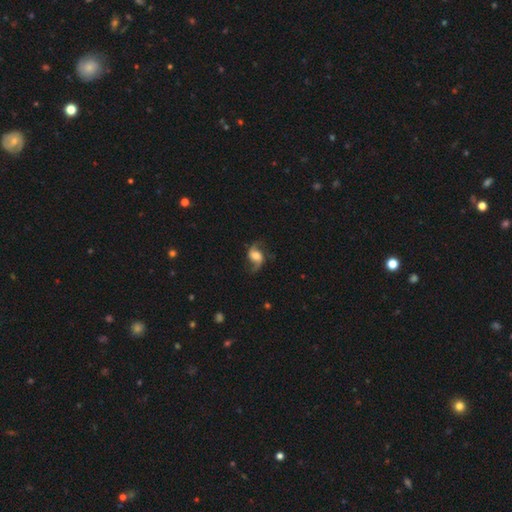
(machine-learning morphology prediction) A featured or disk galaxy (77%) with no bar (50%), 2 (90%) loose (69%) spiral arms (95%) and a moderate central bulge (38%).

Vote fractions:
- Smooth or featured? featured or disk: 77% / smooth: 15% / star or artifact: 8%
- Edge-on disk? no: 97% / yes: 3%
- Bar? no: 50% / weak: 38% / strong: 12%
- Spiral arms? yes: 95% / no: 5%
- Spiral winding? loose: 69% / medium: 26% / tight: 5%
- Spiral arm count? 2: 90% / 1: 4% / can't tell: 2% / 3: 2% / 4: 1% / more than 4: 1%
- Bulge size? moderate: 38% / large: 34% / small: 14% / none: 8% / dominant: 6%
- Merging? none: 71% / minor disturbance: 17% / major disturbance: 11% / merger: 2%